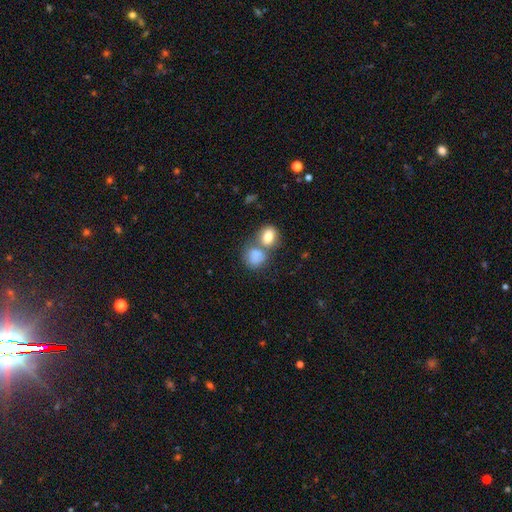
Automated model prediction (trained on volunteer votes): Overall: smooth (80%). How rounded: round (57%; in between 41%). Merging: merger (50%; none 33%).